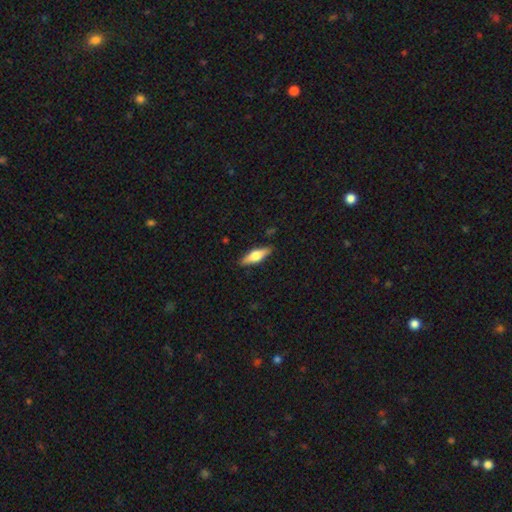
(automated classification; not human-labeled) Smooth or featured? smooth (53%)
How rounded? cigar-shaped (51%)
Merging? none (88%)